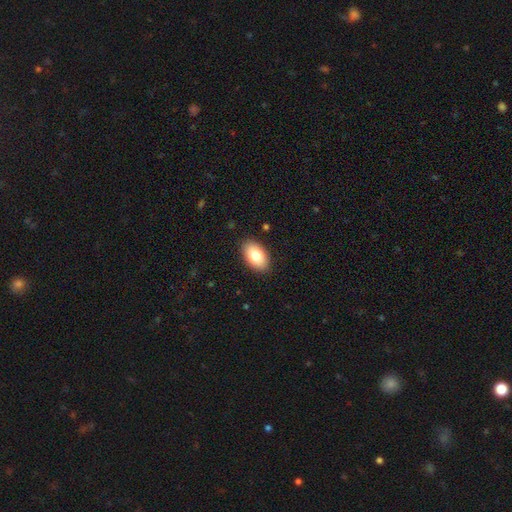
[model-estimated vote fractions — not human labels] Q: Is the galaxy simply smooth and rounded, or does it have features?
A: smooth — 82%.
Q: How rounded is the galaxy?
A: in between — 94%.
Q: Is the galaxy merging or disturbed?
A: none — 89%.